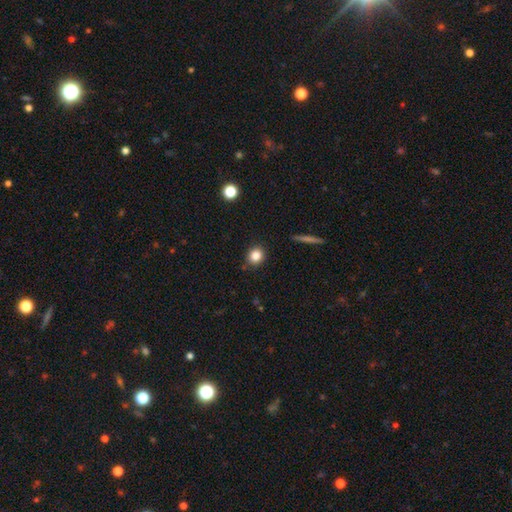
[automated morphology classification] smooth 83%, star or artifact 11%, featured or disk 6%. Down the decision tree: how rounded — round (82%); merging — none (85%).